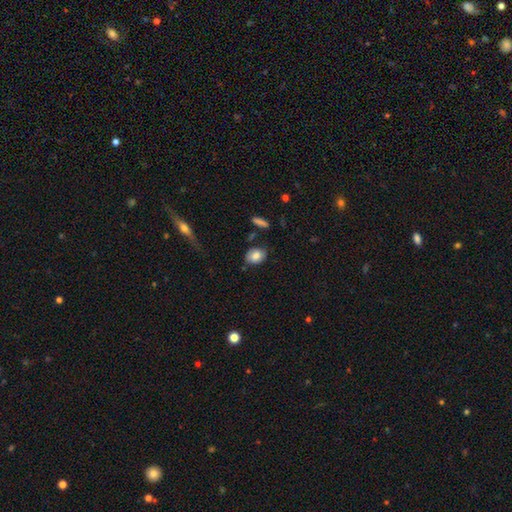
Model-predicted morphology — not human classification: This appears to be a smooth galaxy with no disk features (81%) that is in between round and cigar-shaped (65%). Merging: none (77%).